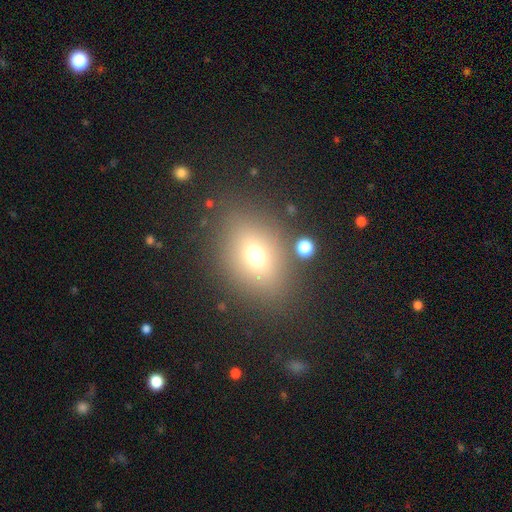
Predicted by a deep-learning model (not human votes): smooth_or_featured: smooth (p=0.68) [alt: star or artifact p=0.17]
how_rounded: in between (p=0.64) [alt: round p=0.35]
merging: none (p=0.80) [alt: minor disturbance p=0.10]